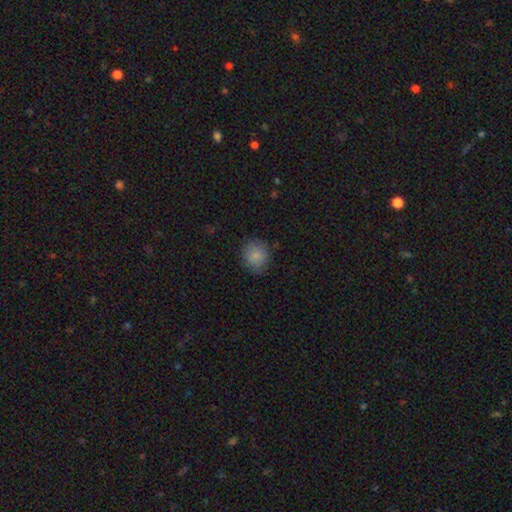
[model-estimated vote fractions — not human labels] Overall: smooth (85%). How rounded: round (82%). Merging: none (78%).